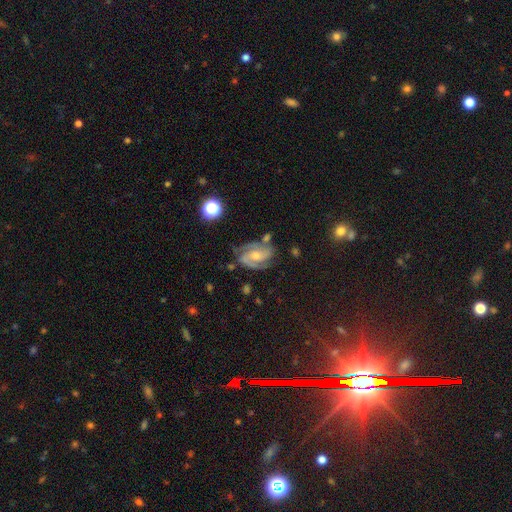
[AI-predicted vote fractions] Overall: featured or disk (83%). Edge-on disk: no (97%). Bar: no (51%; weak 39%). Spiral arms: yes (96%). Spiral arm count: 2 (76%). Spiral winding: medium (48%; tight 41%). Bulge size: moderate (50%; small 40%). Merging: none (64%).